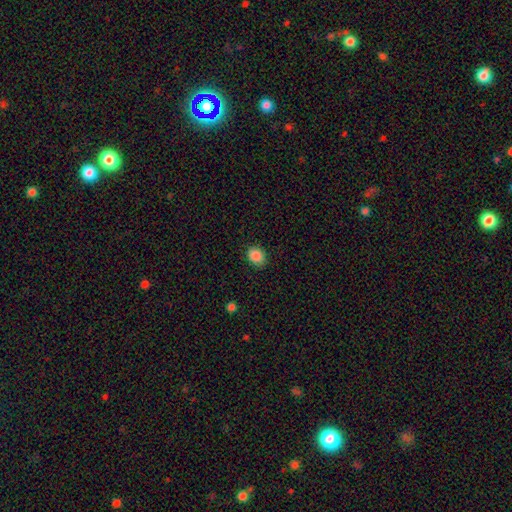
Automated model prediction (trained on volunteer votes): Morphology: type=smooth (87%); roundness=round (52%); merging=none (88%).